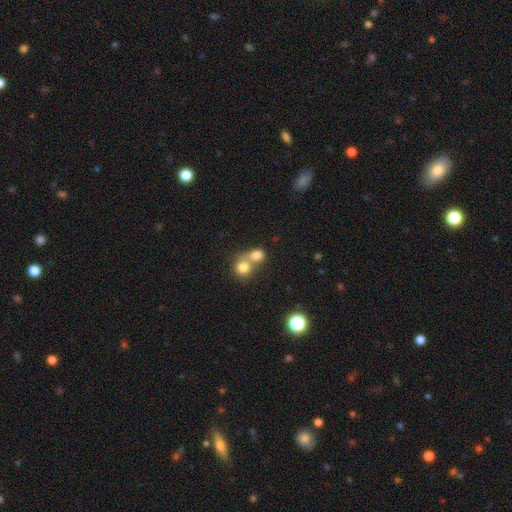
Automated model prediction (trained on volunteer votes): Overall: smooth (78%). How rounded: round (72%). Merging: merger (61%; none 30%).